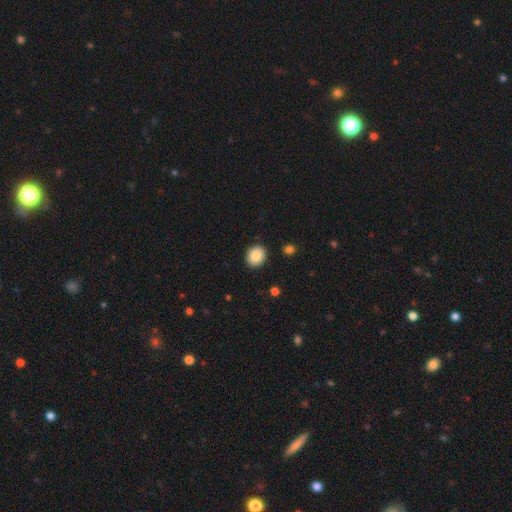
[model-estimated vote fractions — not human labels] A smooth galaxy with no disk features (86%) that is round (70%).

Vote fractions:
- Smooth or featured? smooth: 86% / star or artifact: 8% / featured or disk: 6%
- How rounded? round: 70% / in between: 29% / cigar-shaped: 1%
- Merging? none: 90% / minor disturbance: 6% / major disturbance: 2% / merger: 1%